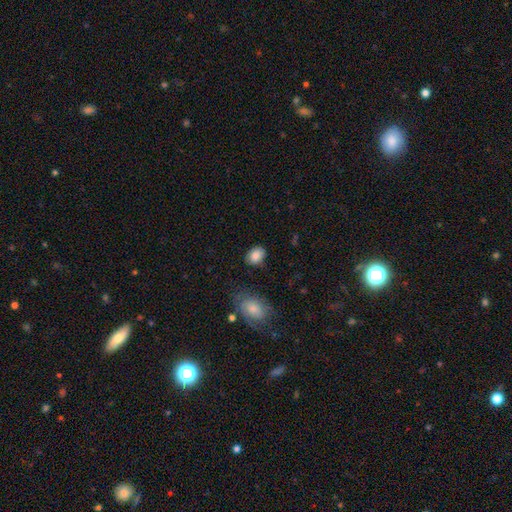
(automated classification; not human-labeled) smooth_or_featured: smooth (p=0.86) [alt: star or artifact p=0.08]
how_rounded: in between (p=0.68) [alt: round p=0.31]
merging: none (p=0.81) [alt: minor disturbance p=0.13]